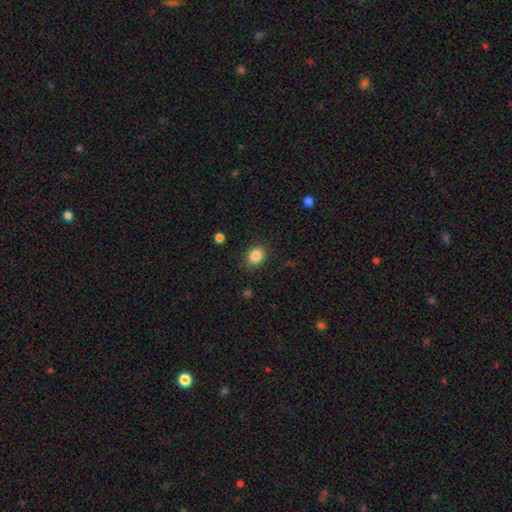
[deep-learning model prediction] Smooth or featured?
  - smooth: 85% *
  - star or artifact: 10%
  - featured or disk: 5%
How rounded?
  - in between: 52% *
  - round: 47%
  - cigar-shaped: 1%
Merging?
  - none: 86% *
  - minor disturbance: 10%
  - major disturbance: 3%
  - merger: 1%